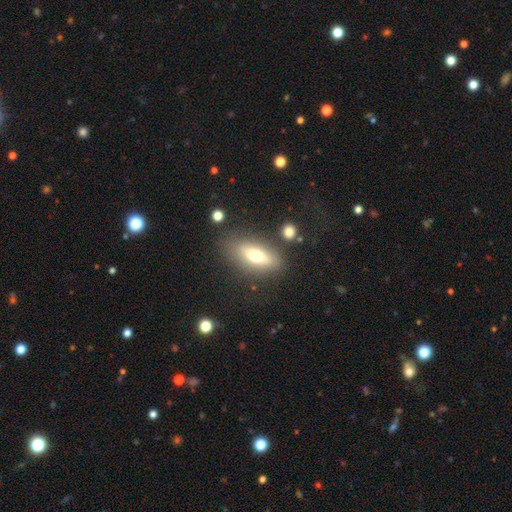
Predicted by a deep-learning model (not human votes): smooth-or-featured: smooth: 67% | featured or disk: 25% | star or artifact: 8%
  how-rounded: in between: 79% | cigar-shaped: 17% | round: 4%
  merging: none: 76% | minor disturbance: 14% | major disturbance: 6% | merger: 4%